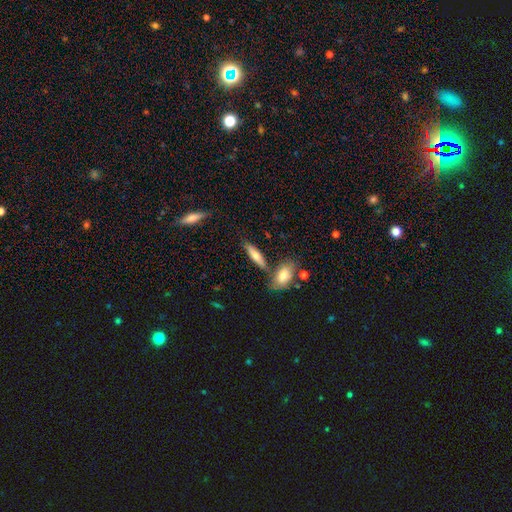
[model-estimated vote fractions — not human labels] Smooth or featured? smooth (65%)
How rounded? cigar-shaped (64%)
Merging? none (69%)